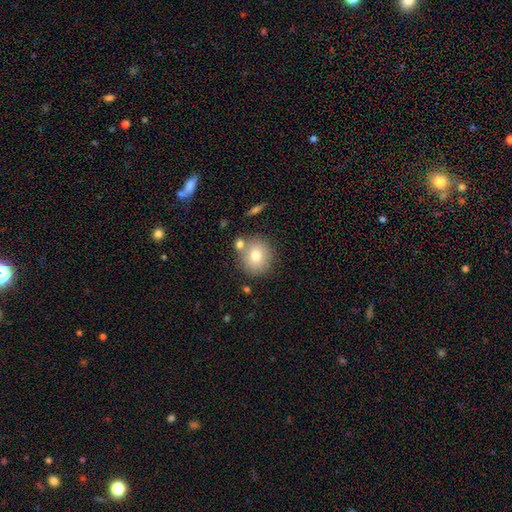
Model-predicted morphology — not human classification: smooth-or-featured: smooth: 76% | featured or disk: 15% | star or artifact: 10%
  how-rounded: round: 86% | in between: 13% | cigar-shaped: 1%
  merging: none: 71% | merger: 15% | minor disturbance: 11% | major disturbance: 3%